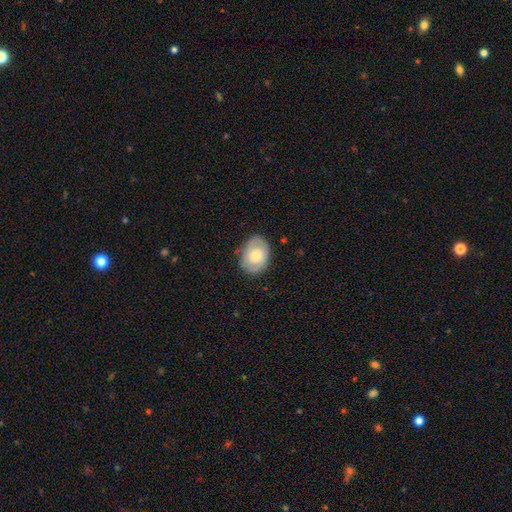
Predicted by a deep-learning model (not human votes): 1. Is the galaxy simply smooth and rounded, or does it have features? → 54% smooth, 40% featured or disk, 6% star or artifact.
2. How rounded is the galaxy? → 64% in between, 35% round, 1% cigar-shaped.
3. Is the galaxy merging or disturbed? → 78% none, 17% minor disturbance, 4% major disturbance, 1% merger.